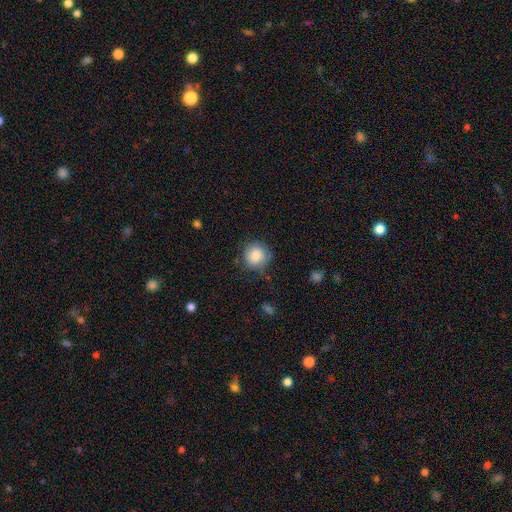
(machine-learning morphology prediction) This appears to be a smooth galaxy with no disk features (85%) that is round (91%). Merging: none (79%).